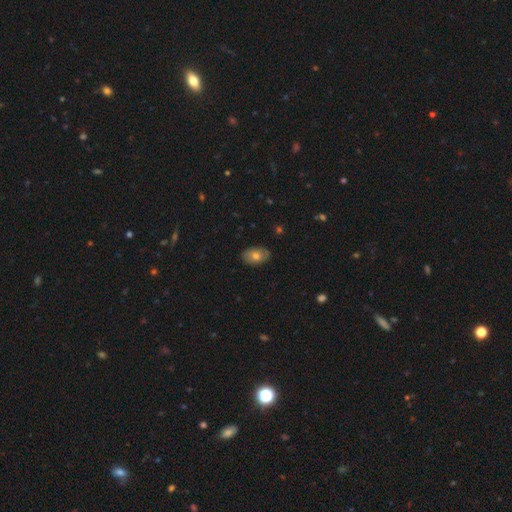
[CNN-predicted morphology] Smooth or featured? Predicted: smooth (p=0.71). How rounded? Predicted: in between (p=0.88). Merging? Predicted: none (p=0.84).